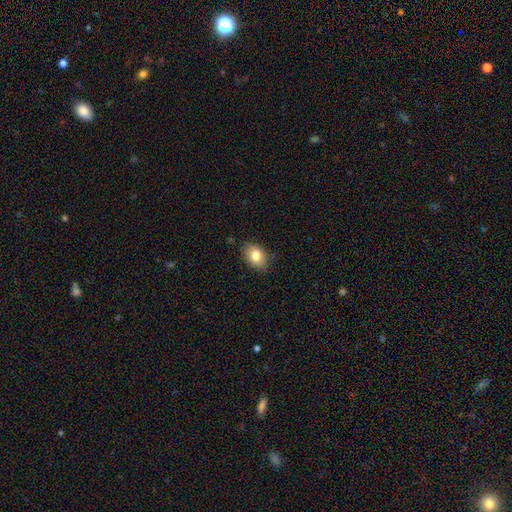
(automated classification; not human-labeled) This appears to be a smooth galaxy with no disk features (82%) that is in between round and cigar-shaped (81%). Merging: none (84%).